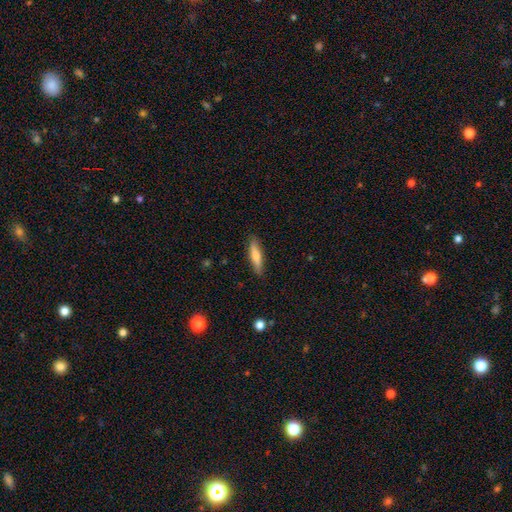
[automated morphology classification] The model was most divided on "smooth or featured": smooth: 69%, featured or disk: 25%, star or artifact: 6%. More confident: merging — none (87%); how rounded — cigar-shaped (75%).